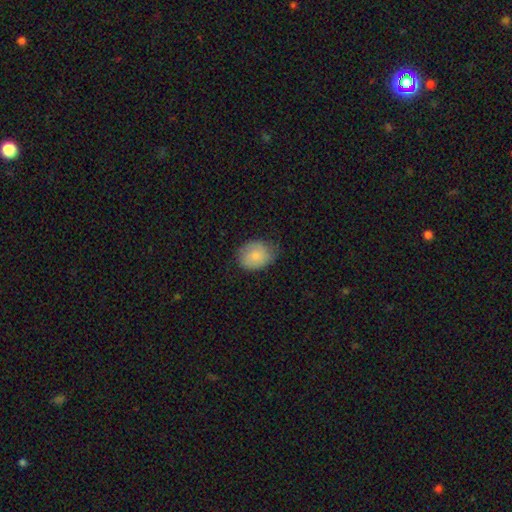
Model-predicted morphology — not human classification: A smooth galaxy with no disk features (81%) that is in between round and cigar-shaped (55%). Merging: none (67%).